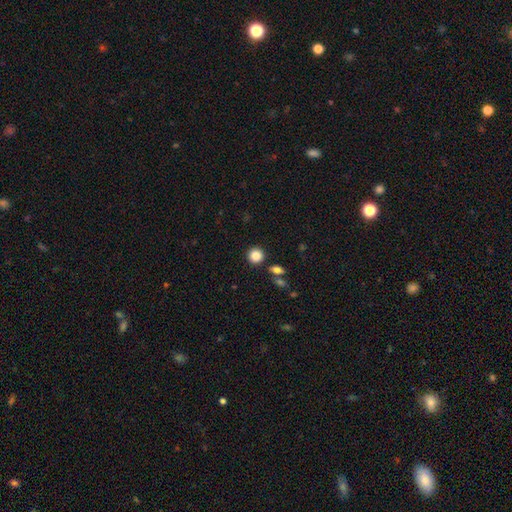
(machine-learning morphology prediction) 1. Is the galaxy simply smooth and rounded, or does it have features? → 85% smooth, 10% star or artifact, 5% featured or disk.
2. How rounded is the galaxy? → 93% round, 6% in between, 1% cigar-shaped.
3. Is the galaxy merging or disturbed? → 89% none, 5% minor disturbance, 4% merger, 2% major disturbance.